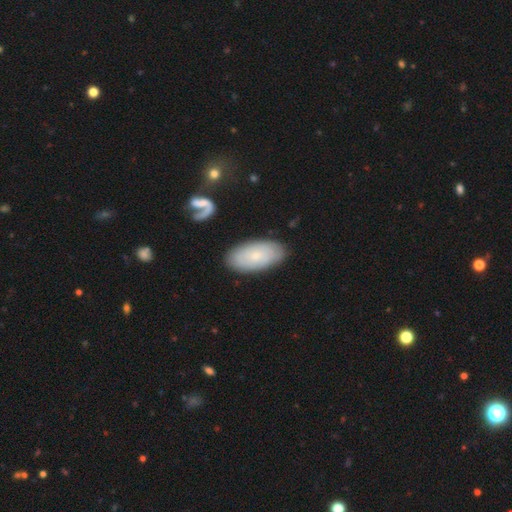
smooth-or-featured: smooth: 61% | featured or disk: 36% | star or artifact: 3%
  how-rounded: in between: 95% | round: 5% | cigar-shaped: 0%
  merging: none: 80% | minor disturbance: 14% | major disturbance: 3% | merger: 3%